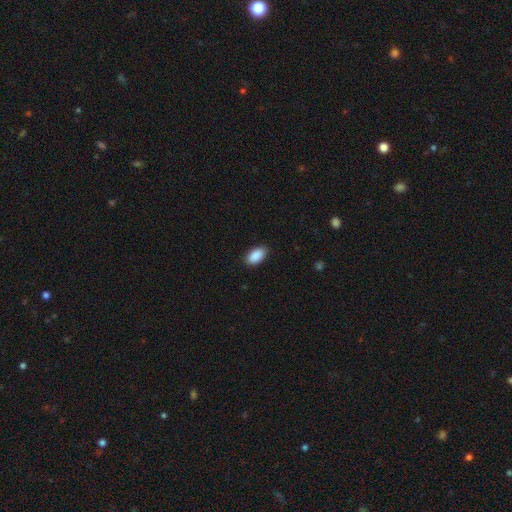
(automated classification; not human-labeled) Morphology: type=smooth (90%); roundness=in between (94%); merging=none (87%).